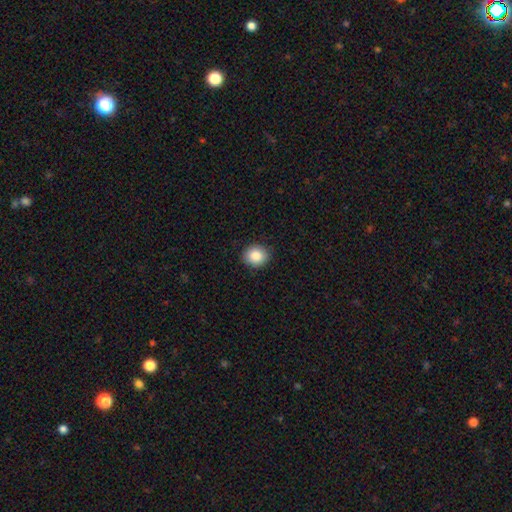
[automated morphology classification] Smooth or featured: smooth — 86% (star or artifact — 8%)
How rounded: round — 68% (in between — 31%)
Merging: none — 89% (minor disturbance — 8%)